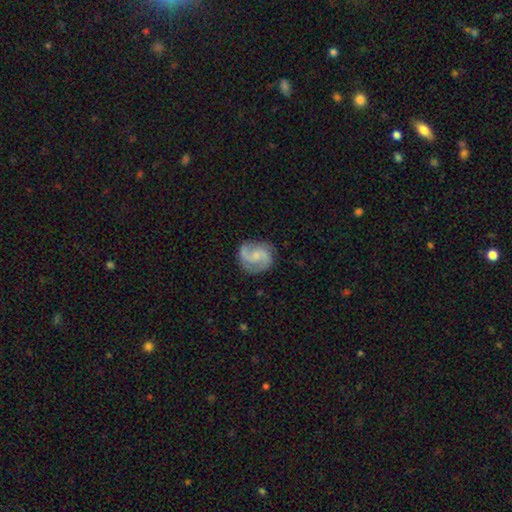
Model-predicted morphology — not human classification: smooth-or-featured: featured or disk: 77% | smooth: 17% | star or artifact: 6%
  disk-edge-on: no: 98% | yes: 2%
    bar: no: 46% | weak: 45% | strong: 10%
    has-spiral-arms: yes: 96% | no: 4%
      spiral-winding: medium: 51% | loose: 30% | tight: 19%
      spiral-arm-count: 2: 88% | can't tell: 4% | 3: 3% | 1: 2% | 4: 1% | more than 4: 1%
    bulge-size: small: 49% | moderate: 25% | none: 23% | large: 2% | dominant: 1%
  merging: none: 78% | minor disturbance: 15% | major disturbance: 5% | merger: 1%